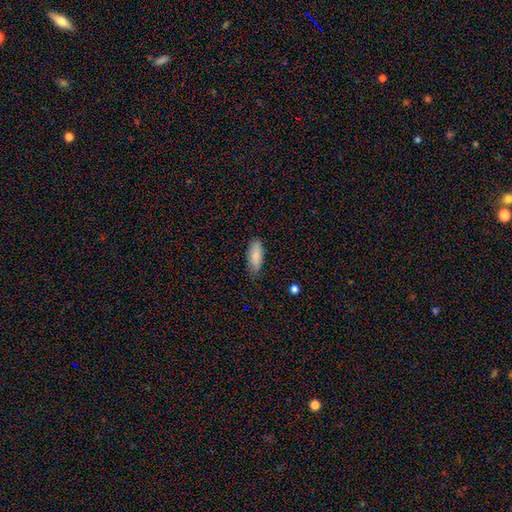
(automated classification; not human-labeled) Smooth or featured: smooth — 83% (featured or disk — 11%)
How rounded: in between — 78% (cigar-shaped — 20%)
Merging: none — 78% (minor disturbance — 18%)